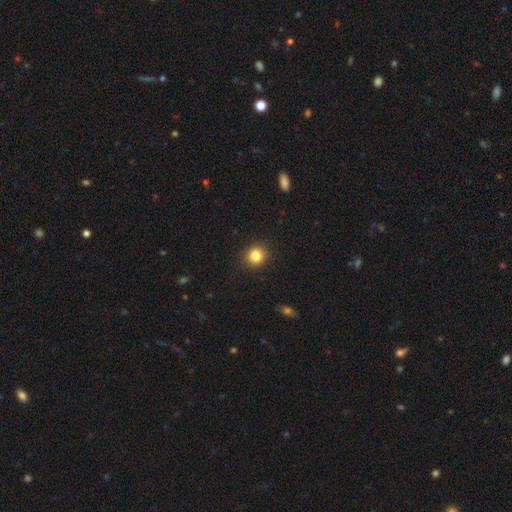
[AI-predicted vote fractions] Smooth or featured? Predicted: smooth (p=0.84). How rounded? Predicted: round (p=0.84). Merging? Predicted: none (p=0.90).